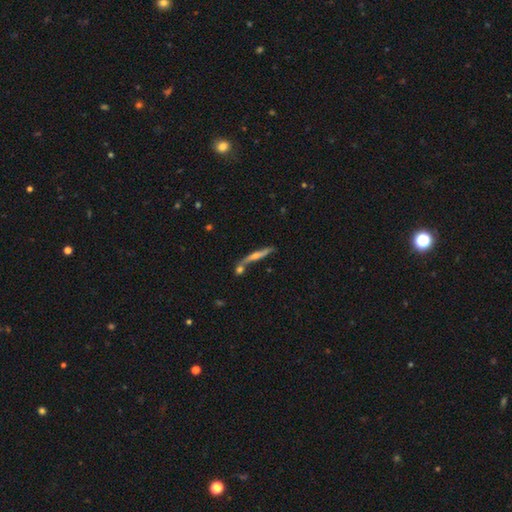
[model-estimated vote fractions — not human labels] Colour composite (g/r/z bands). It shows a featured or disk galaxy (67%) viewed edge-on (93%) with a rounded central bulge (75%). Merging: none (64%).